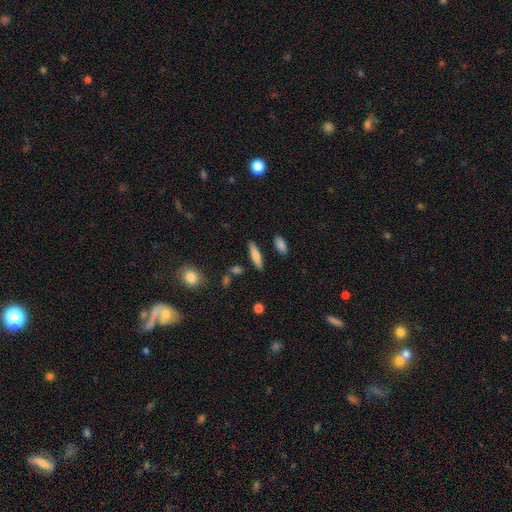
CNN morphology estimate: Smooth or featured?
  - smooth: 76% *
  - featured or disk: 17%
  - star or artifact: 7%
How rounded?
  - cigar-shaped: 71% *
  - in between: 27%
  - round: 2%
Merging?
  - none: 86% *
  - minor disturbance: 8%
  - merger: 3%
  - major disturbance: 2%